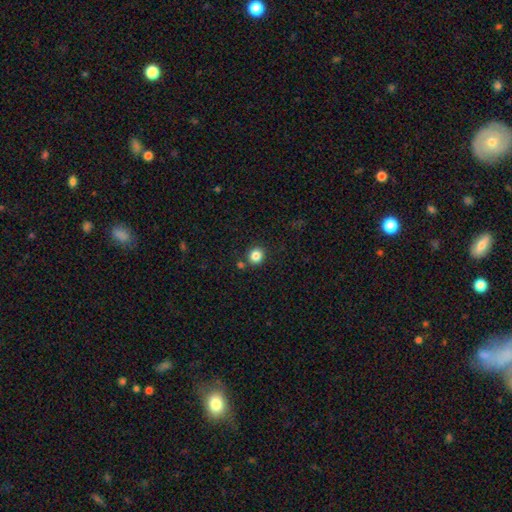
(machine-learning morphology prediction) The model was most divided on "smooth or featured": smooth: 84%, star or artifact: 11%, featured or disk: 5%. More confident: how rounded — round (88%); merging — none (84%).